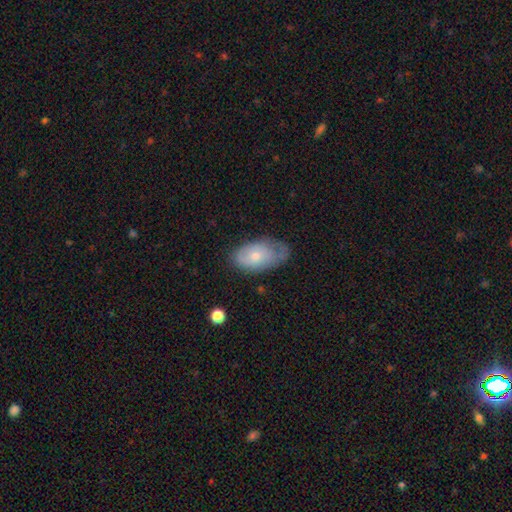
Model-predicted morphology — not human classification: A smooth galaxy with no disk features (59%) that is in between round and cigar-shaped (92%).

Vote fractions:
- Smooth or featured? smooth: 59% / featured or disk: 35% / star or artifact: 7%
- How rounded? in between: 92% / round: 6% / cigar-shaped: 2%
- Merging? none: 50% / minor disturbance: 34% / major disturbance: 13% / merger: 2%